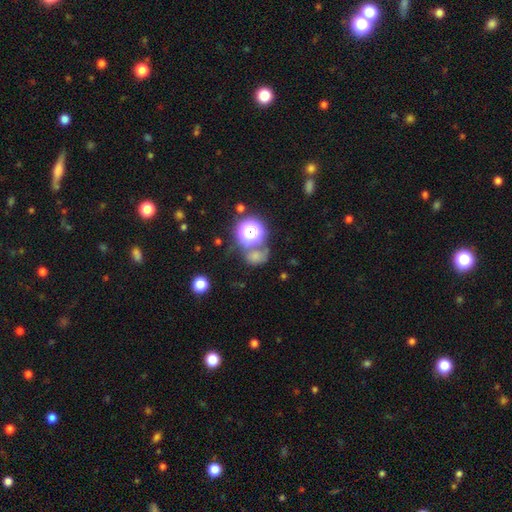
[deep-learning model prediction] Overall: smooth (60%; star or artifact 28%). How rounded: round (65%; in between 34%). Merging: none (48%; merger 26%).